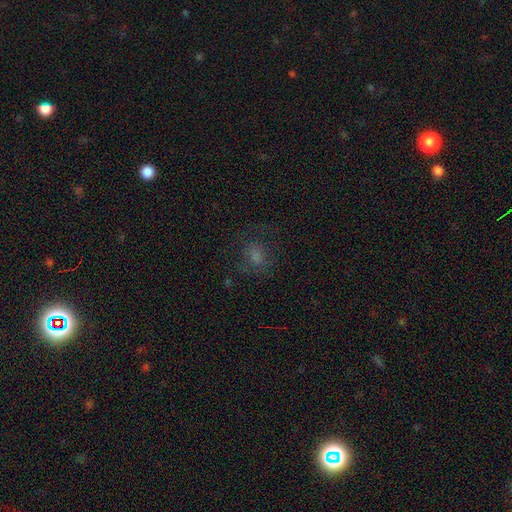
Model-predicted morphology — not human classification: Overall: smooth (52%; star or artifact 26%). How rounded: round (59%; in between 40%). Merging: none (66%).